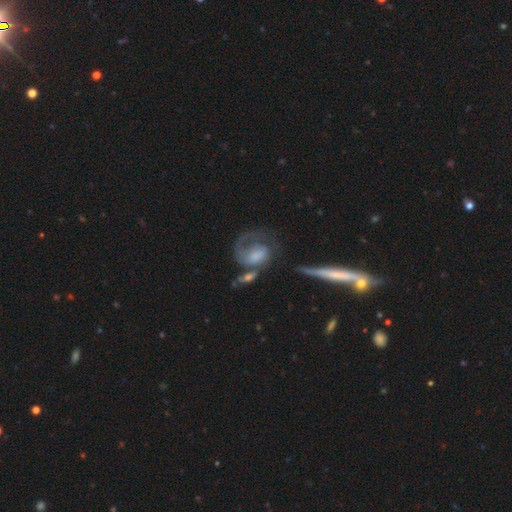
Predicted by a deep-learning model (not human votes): Smooth or featured? featured or disk (68%)
Edge-on disk? no (96%)
Bar? no (58%)
Spiral arms? yes (82%)
Spiral winding? tight (37%, tied with medium)
Spiral arm count? 1 (64%)
Bulge size? none (32%)
Merging? none (33%, tied with major disturbance)